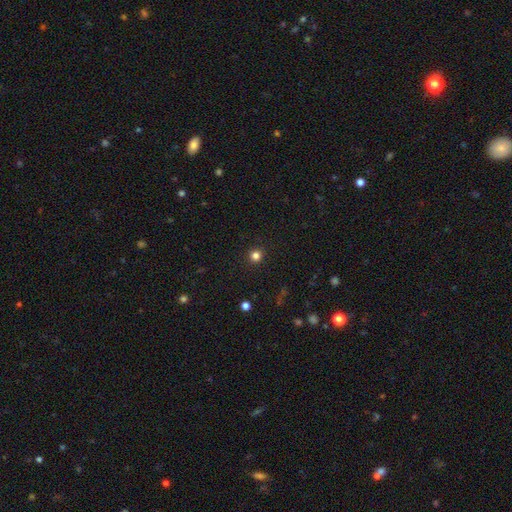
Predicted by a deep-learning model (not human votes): Smooth or featured: smooth — 81% (star or artifact — 14%)
How rounded: round — 94% (in between — 5%)
Merging: none — 92% (minor disturbance — 5%)